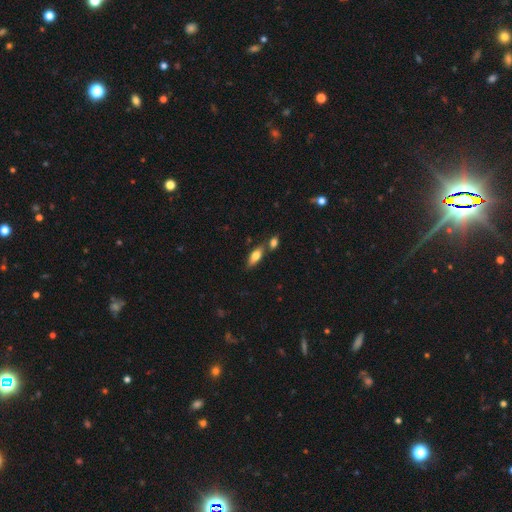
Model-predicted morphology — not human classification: Smooth or featured? Predicted: smooth (p=0.72). How rounded? Predicted: in between (p=0.74). Merging? Predicted: none (p=0.61).